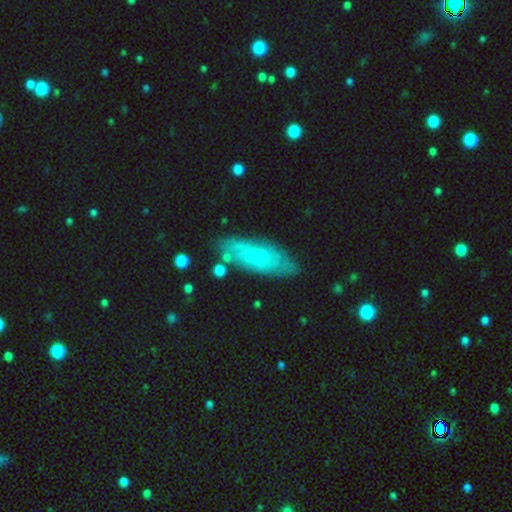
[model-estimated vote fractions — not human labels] smooth 60%, featured or disk 32%, star or artifact 8%. Down the decision tree: how rounded — in between (64%); merging — none (76%).